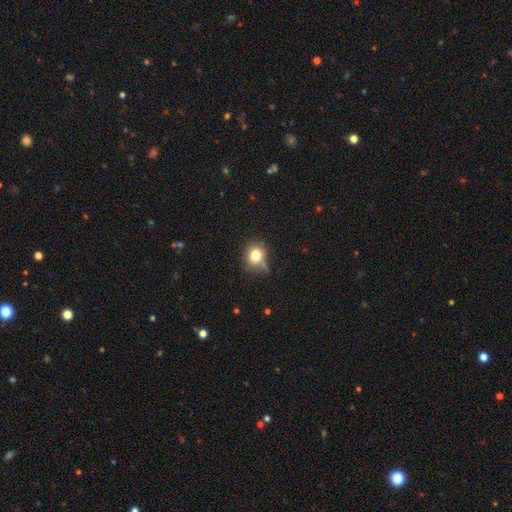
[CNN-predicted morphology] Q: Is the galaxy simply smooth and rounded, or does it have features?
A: smooth — 77%.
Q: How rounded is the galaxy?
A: round — 78%.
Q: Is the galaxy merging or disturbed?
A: none — 63%.